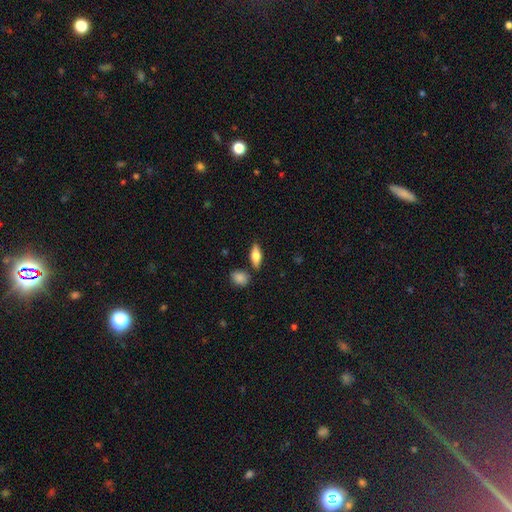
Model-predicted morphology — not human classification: smooth_or_featured: smooth (p=0.64) [alt: featured or disk p=0.29]
how_rounded: in between (p=0.71) [alt: cigar-shaped p=0.25]
merging: none (p=0.81) [alt: minor disturbance p=0.10]